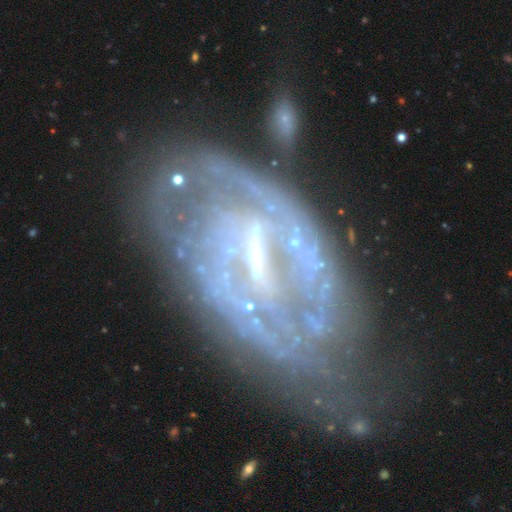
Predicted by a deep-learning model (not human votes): Smooth or featured? Predicted: featured or disk (p=0.80). Edge-on disk? Predicted: no (p=0.95). Bar? Predicted: weak (p=0.42). Spiral arms? Predicted: yes (p=0.67). Spiral winding? Predicted: tight (p=0.47). Spiral arm count? Predicted: can't tell (p=0.49). Bulge size? Predicted: small (p=0.45). Merging? Predicted: none (p=0.46).